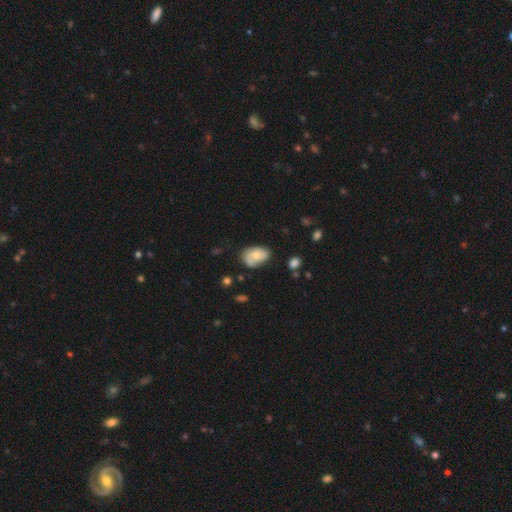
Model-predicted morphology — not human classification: smooth-or-featured: smooth: 59% | featured or disk: 34% | star or artifact: 7%
  how-rounded: in between: 86% | round: 13% | cigar-shaped: 1%
  merging: none: 51% | minor disturbance: 34% | major disturbance: 12% | merger: 4%